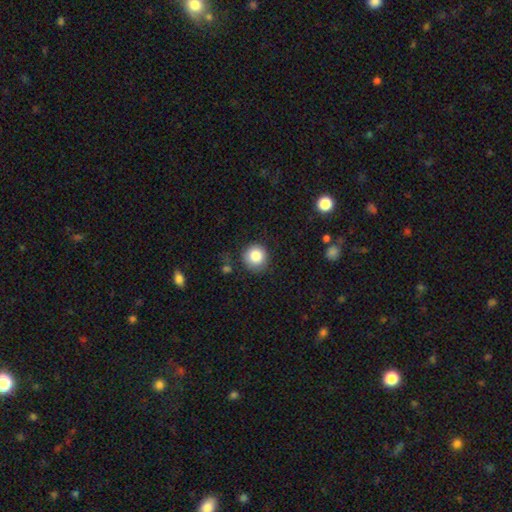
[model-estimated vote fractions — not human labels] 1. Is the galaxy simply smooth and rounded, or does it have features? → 85% smooth, 9% star or artifact, 5% featured or disk.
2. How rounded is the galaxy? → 92% round, 7% in between, 1% cigar-shaped.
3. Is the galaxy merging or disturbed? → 81% none, 13% minor disturbance, 4% major disturbance, 2% merger.